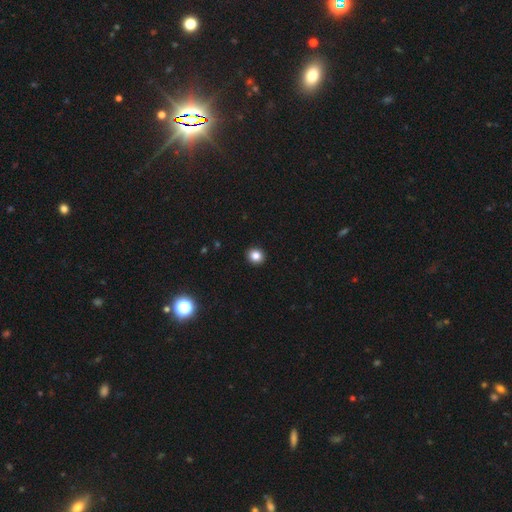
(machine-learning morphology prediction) This is clearly a smooth galaxy (84%). How rounded: clearly round (85%). Merging: clearly none (94%).